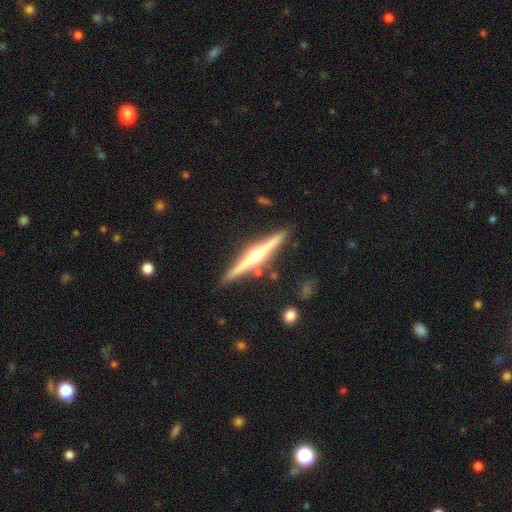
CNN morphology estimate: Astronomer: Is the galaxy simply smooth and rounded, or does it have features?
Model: featured or disk — 82%.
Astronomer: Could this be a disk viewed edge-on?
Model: yes — 98%.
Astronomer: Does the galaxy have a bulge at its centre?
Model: rounded — 90%.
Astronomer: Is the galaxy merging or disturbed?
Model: none — 89%.